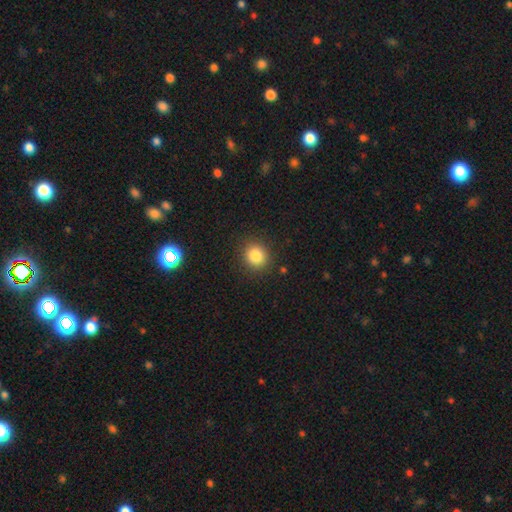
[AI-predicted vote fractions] This is clearly a smooth galaxy (83%). How rounded: clearly round (84%). Merging: clearly none (89%).